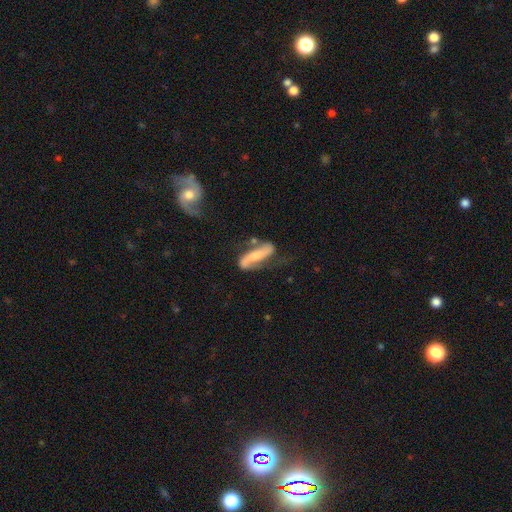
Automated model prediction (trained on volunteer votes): A featured or disk galaxy (73%) with a strong bar (40%), 2 (89%) loose (54%) spiral arms (91%) and a moderate central bulge (41%). Merging: none (53%).